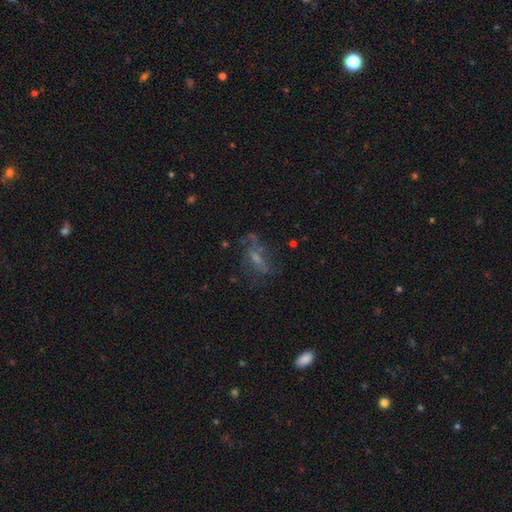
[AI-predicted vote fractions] Smooth or featured? featured or disk (52%)
Edge-on disk? no (83%)
Merging? none (53%)